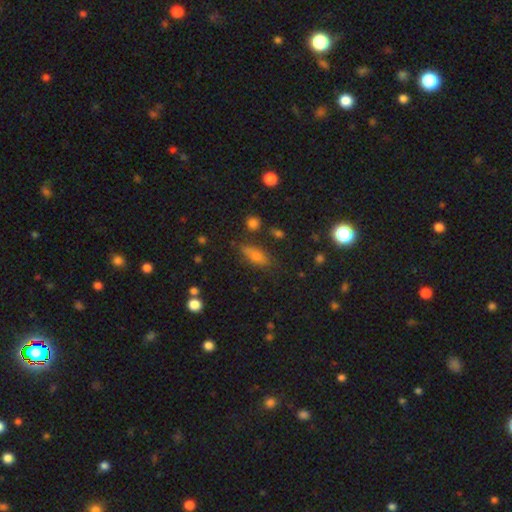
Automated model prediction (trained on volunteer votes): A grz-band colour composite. It shows a smooth galaxy with no disk features (66%) that is in between round and cigar-shaped (71%). Merging: none (73%).